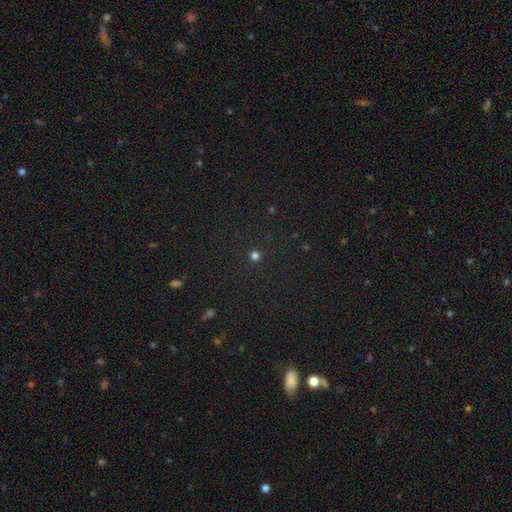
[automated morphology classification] A star or artifact, not a galaxy (65%).